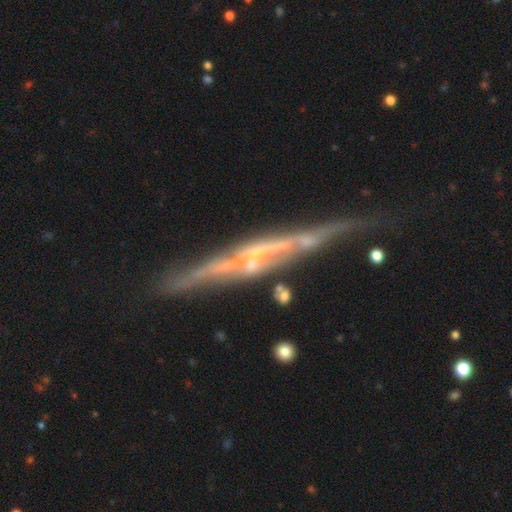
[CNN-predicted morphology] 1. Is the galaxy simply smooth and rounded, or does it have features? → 84% featured or disk, 9% smooth, 8% star or artifact.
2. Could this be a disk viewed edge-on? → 96% yes, 4% no.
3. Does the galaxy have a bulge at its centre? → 42% rounded, 36% none, 23% boxy.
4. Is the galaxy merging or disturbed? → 73% none, 17% minor disturbance, 6% major disturbance, 4% merger.